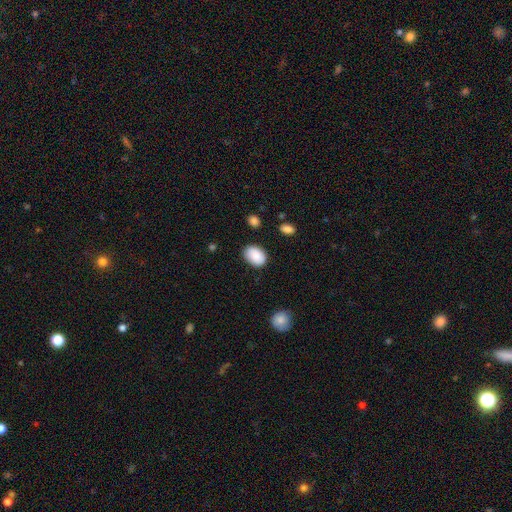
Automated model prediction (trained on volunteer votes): smooth_or_featured: smooth (p=0.88) [alt: star or artifact p=0.07]
how_rounded: in between (p=0.82) [alt: round p=0.17]
merging: none (p=0.81) [alt: minor disturbance p=0.14]